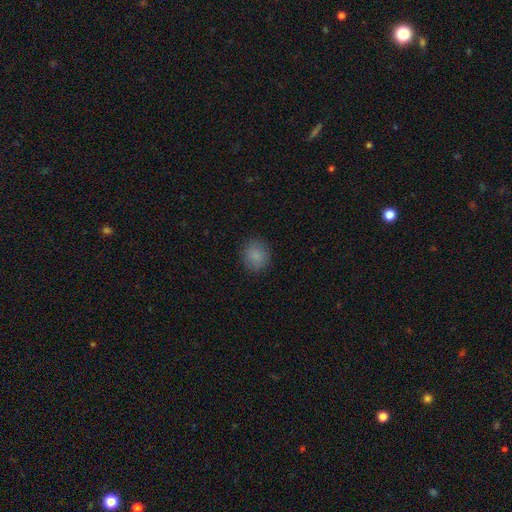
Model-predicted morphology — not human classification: Smooth or featured?
  - smooth: 86% *
  - star or artifact: 9%
  - featured or disk: 5%
How rounded?
  - round: 78% *
  - in between: 21%
  - cigar-shaped: 1%
Merging?
  - none: 87% *
  - minor disturbance: 10%
  - major disturbance: 3%
  - merger: 1%